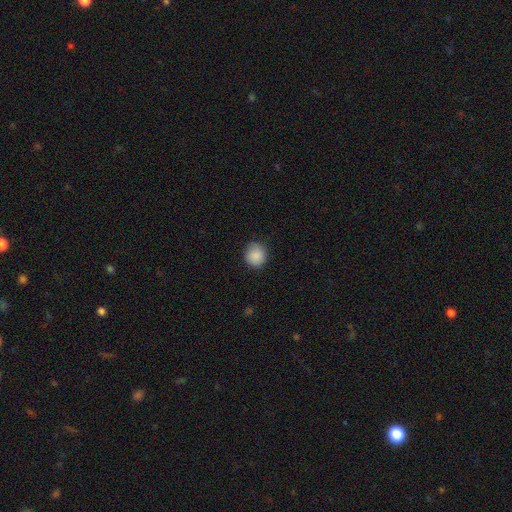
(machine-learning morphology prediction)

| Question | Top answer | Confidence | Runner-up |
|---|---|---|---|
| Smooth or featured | smooth | 88% | star or artifact (8%) |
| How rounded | round | 88% | in between (11%) |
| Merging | none | 83% | minor disturbance (13%) |